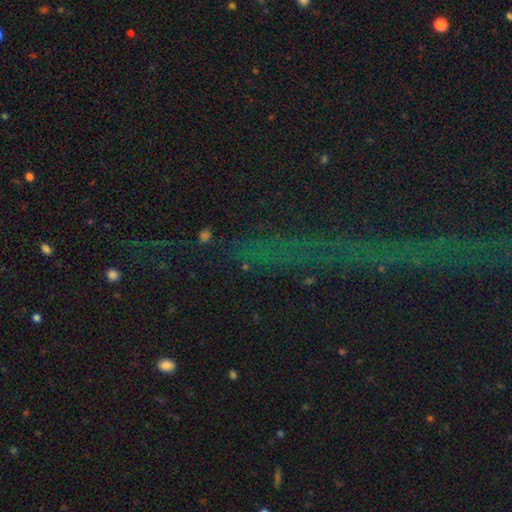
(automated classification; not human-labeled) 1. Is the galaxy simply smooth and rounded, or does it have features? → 73% star or artifact, 14% featured or disk, 13% smooth.